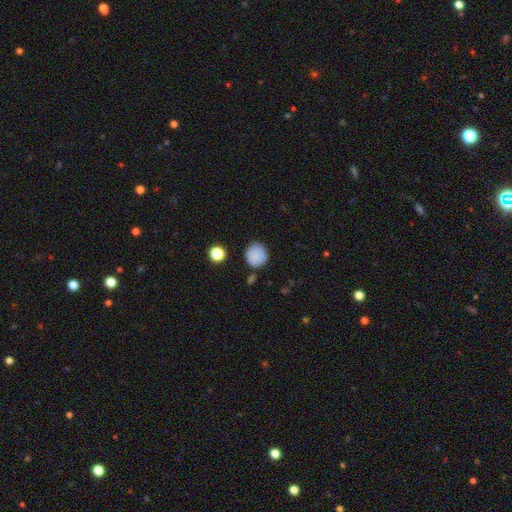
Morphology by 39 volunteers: This is likely a smooth galaxy (77%). How rounded: clearly round (97%). Merging: clearly none (83%).